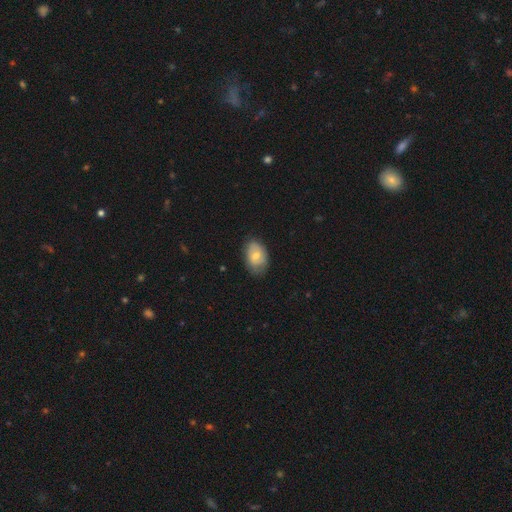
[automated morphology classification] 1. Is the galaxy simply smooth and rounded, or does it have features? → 66% smooth, 28% featured or disk, 7% star or artifact.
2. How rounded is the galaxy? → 85% in between, 13% round, 1% cigar-shaped.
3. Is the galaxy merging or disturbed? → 72% none, 22% minor disturbance, 5% major disturbance, 1% merger.